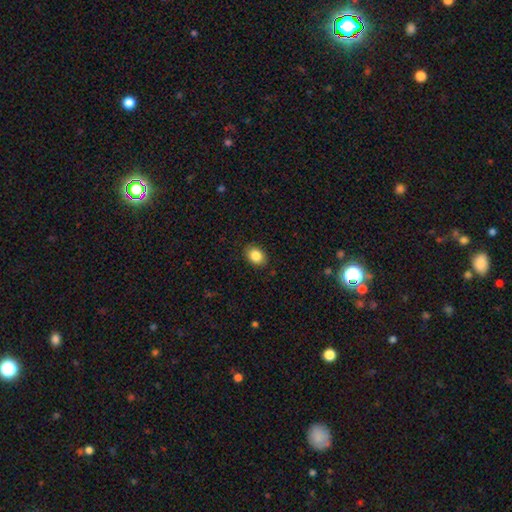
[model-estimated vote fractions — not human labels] Smooth or featured? smooth (86%)
How rounded? in between (63%)
Merging? none (88%)